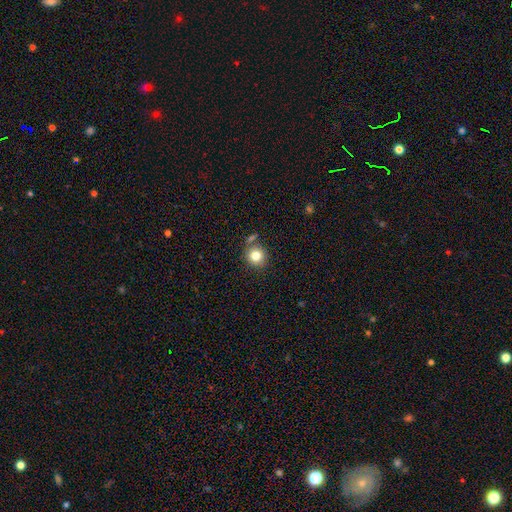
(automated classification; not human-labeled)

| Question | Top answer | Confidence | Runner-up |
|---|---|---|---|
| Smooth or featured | smooth | 81% | star or artifact (11%) |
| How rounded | round | 90% | in between (9%) |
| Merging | none | 76% | merger (11%) |